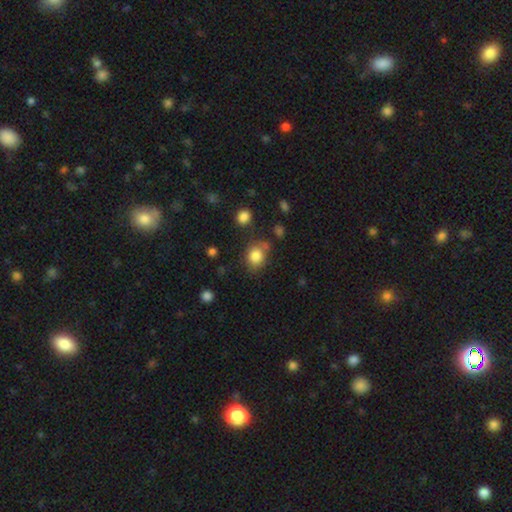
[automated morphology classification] smooth 83%, star or artifact 10%, featured or disk 7%. Down the decision tree: how rounded — round (62%); merging — none (68%).